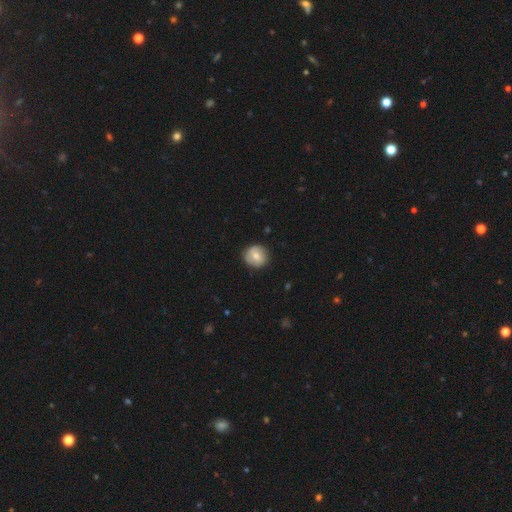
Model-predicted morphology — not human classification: smooth_or_featured: smooth (p=0.67) [alt: featured or disk p=0.26]
how_rounded: round (p=0.90) [alt: in between p=0.09]
merging: none (p=0.86) [alt: minor disturbance p=0.11]